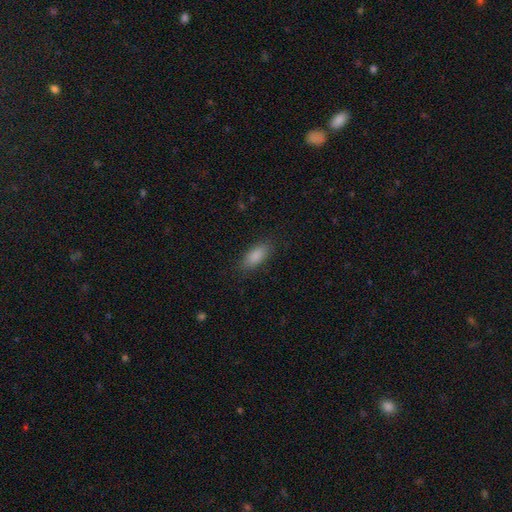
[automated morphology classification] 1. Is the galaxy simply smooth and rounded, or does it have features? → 88% smooth, 7% star or artifact, 5% featured or disk.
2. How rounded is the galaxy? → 84% in between, 14% cigar-shaped, 2% round.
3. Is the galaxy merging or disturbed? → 86% none, 10% minor disturbance, 3% major disturbance, 1% merger.